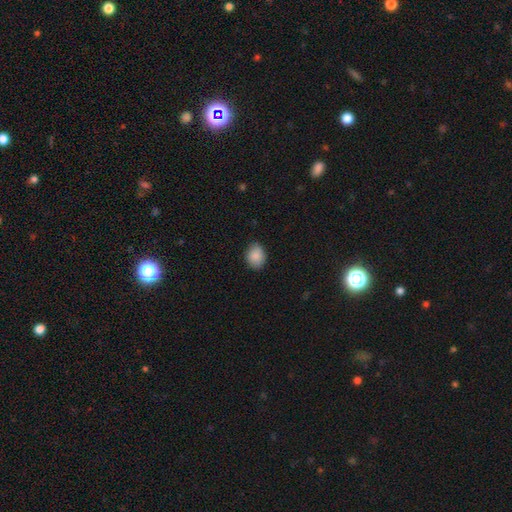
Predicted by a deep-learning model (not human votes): smooth-or-featured: smooth: 88% | star or artifact: 7% | featured or disk: 4%
  how-rounded: in between: 53% | round: 46% | cigar-shaped: 1%
  merging: none: 82% | minor disturbance: 14% | major disturbance: 2% | merger: 1%